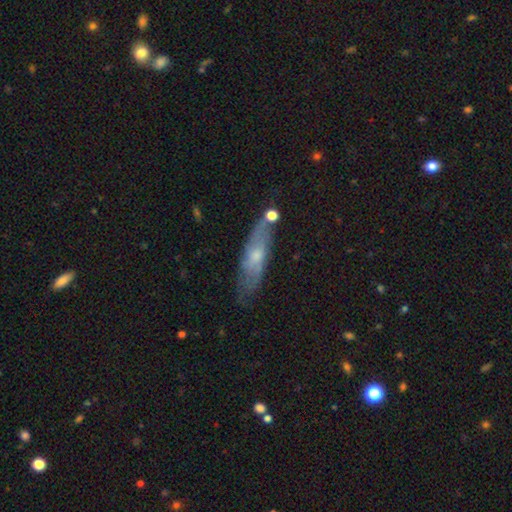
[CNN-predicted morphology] Smooth or featured?
  - featured or disk: 51% *
  - smooth: 42%
  - star or artifact: 8%
Edge-on disk?
  - no: 56% *
  - yes: 44%
Merging?
  - none: 68% *
  - minor disturbance: 21%
  - major disturbance: 6%
  - merger: 5%